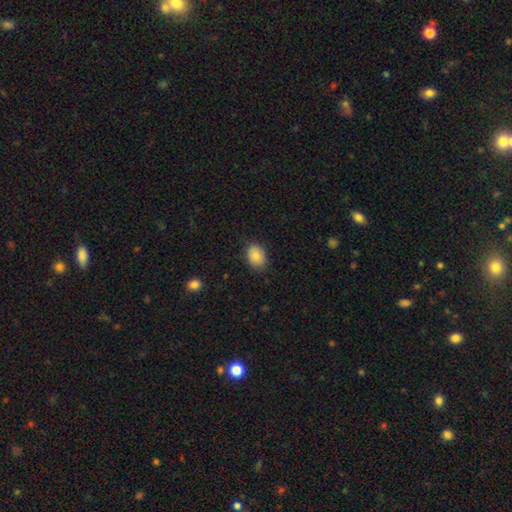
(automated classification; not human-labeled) The model was most divided on "how rounded": in between: 67%, round: 32%, cigar-shaped: 1%. More confident: smooth or featured — smooth (83%); merging — none (83%).